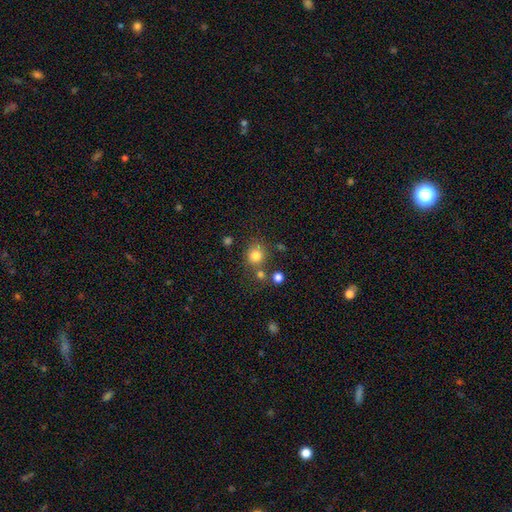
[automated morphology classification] This appears to be a smooth galaxy with no disk features (80%) that is round (84%). Merging: none (69%).